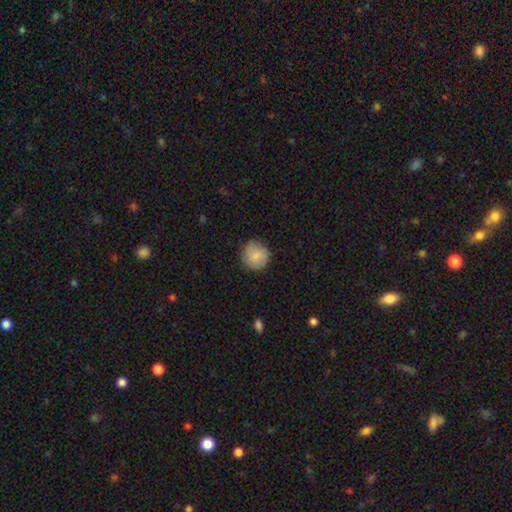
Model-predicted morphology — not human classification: The model was most divided on "merging": none: 80%, minor disturbance: 16%, major disturbance: 3%, merger: 1%. More confident: how rounded — round (93%); smooth or featured — smooth (82%).